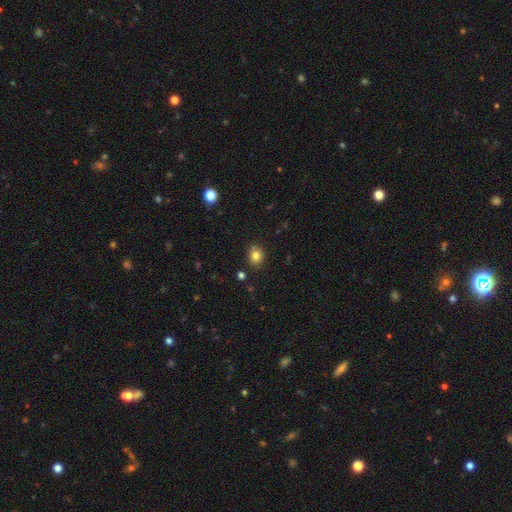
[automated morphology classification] smooth-or-featured: smooth: 81% | star or artifact: 12% | featured or disk: 6%
  how-rounded: round: 71% | in between: 28% | cigar-shaped: 1%
  merging: none: 81% | minor disturbance: 12% | merger: 4% | major disturbance: 3%